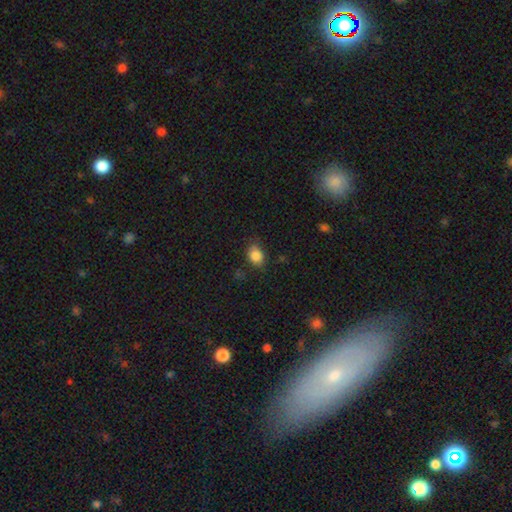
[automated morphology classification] The model was most divided on "how rounded": in between: 60%, round: 39%, cigar-shaped: 1%. More confident: smooth or featured — smooth (85%); merging — none (72%).